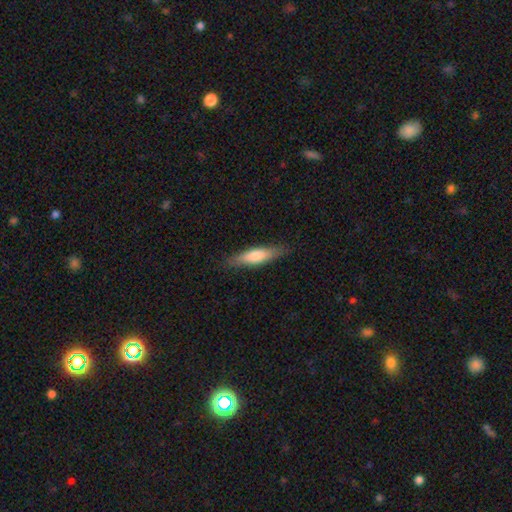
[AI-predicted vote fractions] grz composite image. It shows a smooth galaxy with no disk features (68%) that is cigar-shaped (75%). Merging: none (86%).